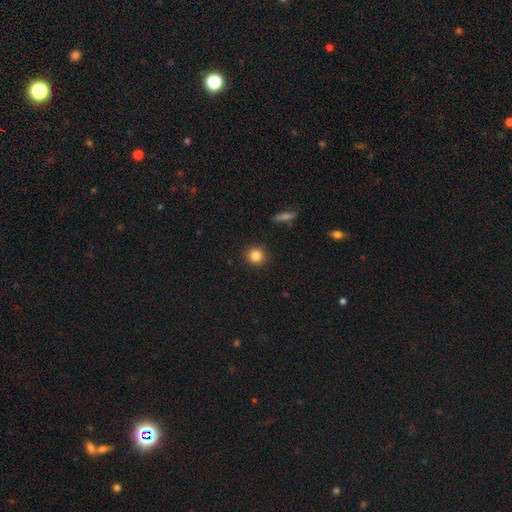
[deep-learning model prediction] smooth_or_featured: smooth (p=0.83) [alt: star or artifact p=0.11]
how_rounded: round (p=0.91) [alt: in between p=0.07]
merging: none (p=0.91) [alt: minor disturbance p=0.06]